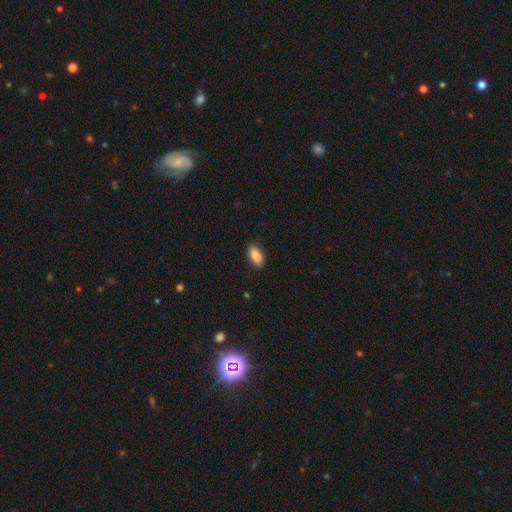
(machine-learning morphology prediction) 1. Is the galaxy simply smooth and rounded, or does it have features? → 84% smooth, 9% featured or disk, 7% star or artifact.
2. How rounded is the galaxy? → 88% in between, 8% cigar-shaped, 4% round.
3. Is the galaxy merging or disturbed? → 87% none, 10% minor disturbance, 2% major disturbance, 1% merger.